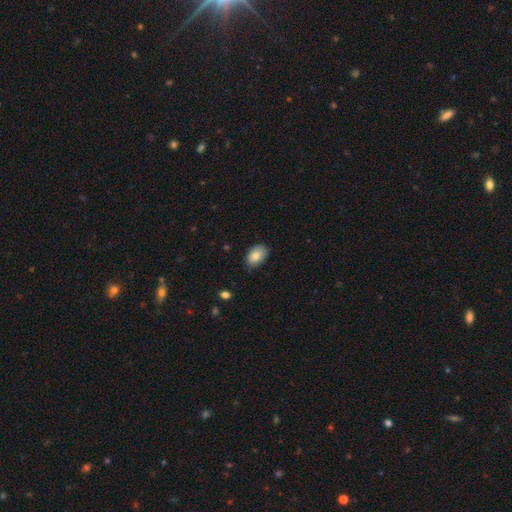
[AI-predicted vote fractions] Smooth or featured? Predicted: smooth (p=0.83). How rounded? Predicted: in between (p=0.90). Merging? Predicted: none (p=0.82).